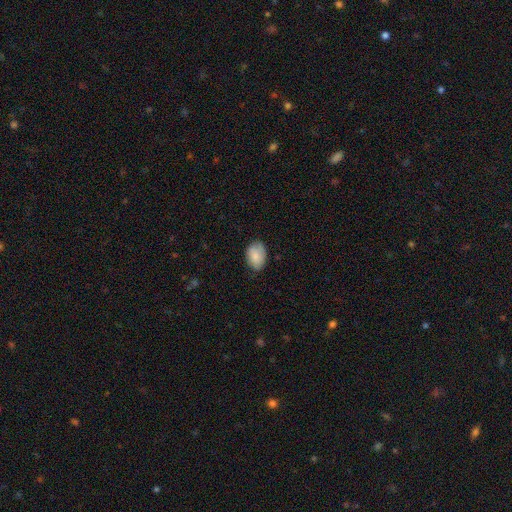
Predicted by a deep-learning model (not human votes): Overall: smooth (84%). How rounded: in between (84%). Merging: none (74%).